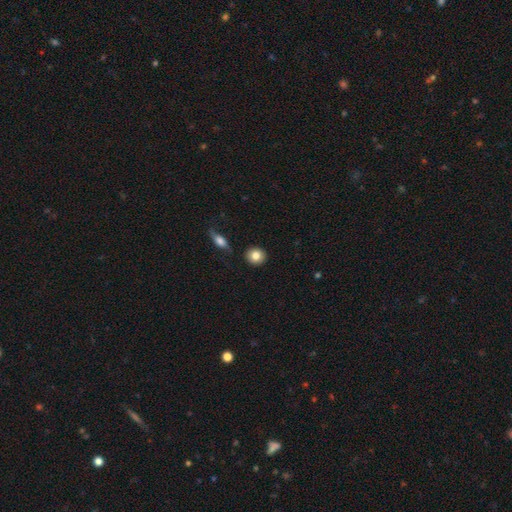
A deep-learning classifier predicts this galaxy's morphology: Smooth or featured: smooth — 83% (featured or disk — 9%)
How rounded: round — 86% (in between — 13%)
Merging: none — 88% (minor disturbance — 7%)